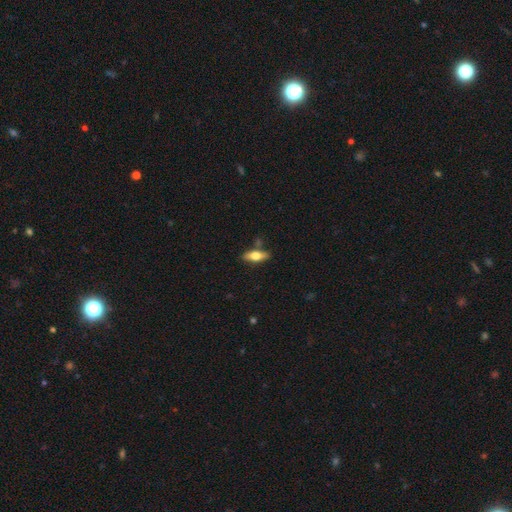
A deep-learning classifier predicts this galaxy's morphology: type=smooth (61%); roundness=in between (69%); merging=none (79%).